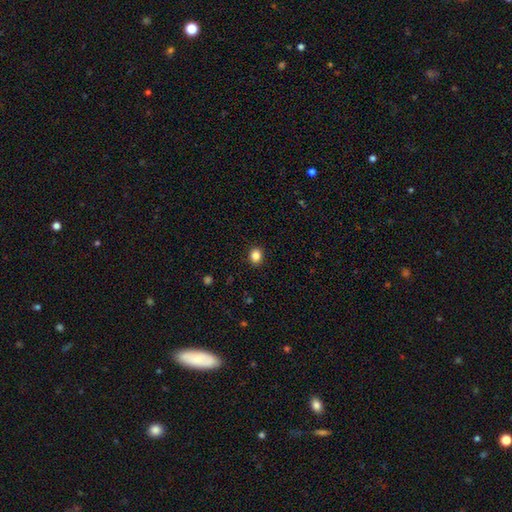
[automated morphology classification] smooth-or-featured: smooth: 85% | star or artifact: 11% | featured or disk: 4%
  how-rounded: round: 66% | in between: 33% | cigar-shaped: 1%
  merging: none: 91% | minor disturbance: 6% | major disturbance: 2% | merger: 1%